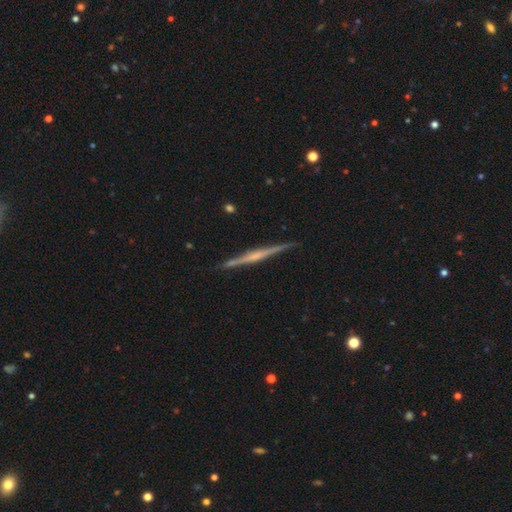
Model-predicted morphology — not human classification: featured or disk 75%, smooth 20%, star or artifact 5%. Down the decision tree: edge-on disk — yes (98%); edge-on bulge — rounded (40%, tied with none); merging — none (89%).